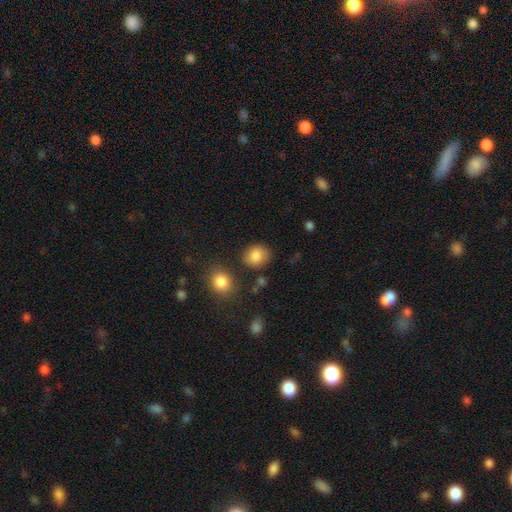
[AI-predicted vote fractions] A smooth galaxy with no disk features (85%) that is round (75%).

Vote fractions:
- Smooth or featured? smooth: 85% / star or artifact: 9% / featured or disk: 5%
- How rounded? round: 75% / in between: 24% / cigar-shaped: 1%
- Merging? none: 81% / minor disturbance: 12% / merger: 4% / major disturbance: 3%